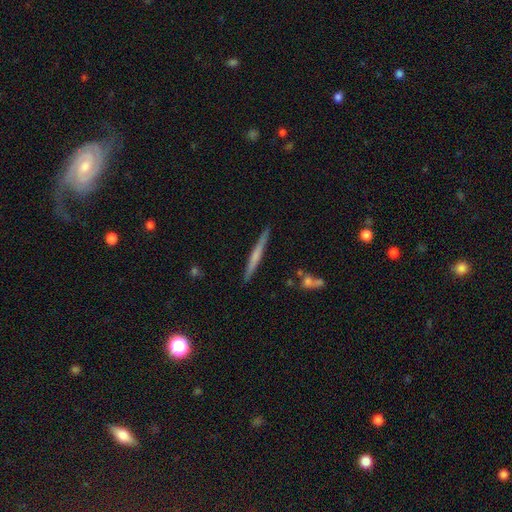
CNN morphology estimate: smooth-or-featured: featured or disk: 49% | smooth: 46% | star or artifact: 6%
  merging: none: 90% | minor disturbance: 7% | merger: 2% | major disturbance: 1%